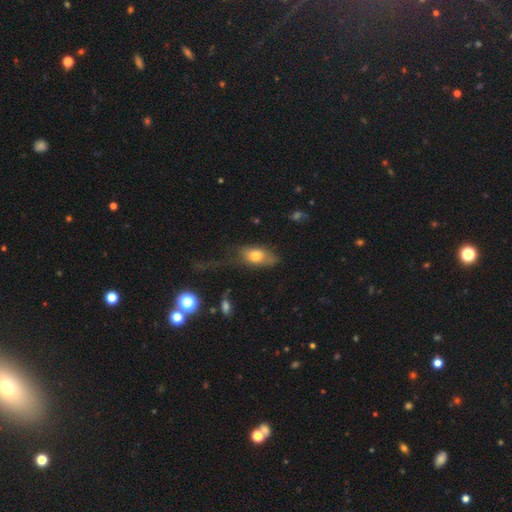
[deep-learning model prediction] Smooth or featured: smooth — 71% (featured or disk — 21%)
How rounded: in between — 85% (round — 8%)
Merging: none — 39% (major disturbance — 31%)